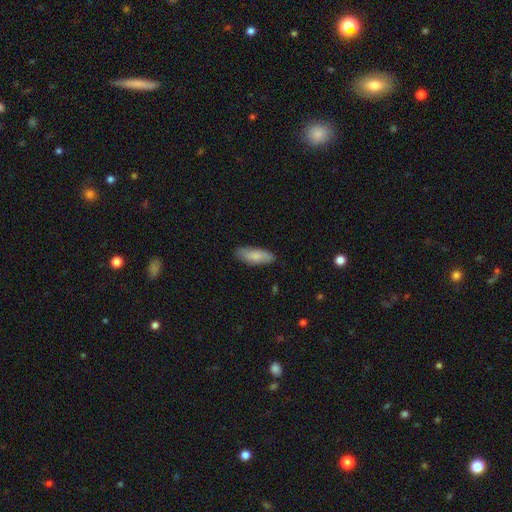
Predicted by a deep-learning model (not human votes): A smooth galaxy with no disk features (81%) that is in between round and cigar-shaped (68%). Merging: none (83%).